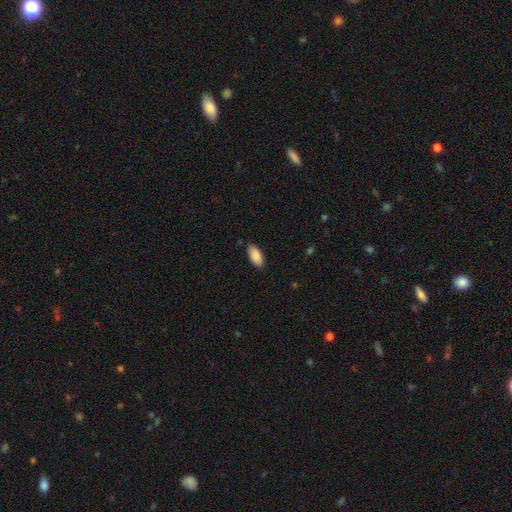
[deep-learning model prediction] Smooth or featured? smooth (90%)
How rounded? in between (91%)
Merging? none (86%)